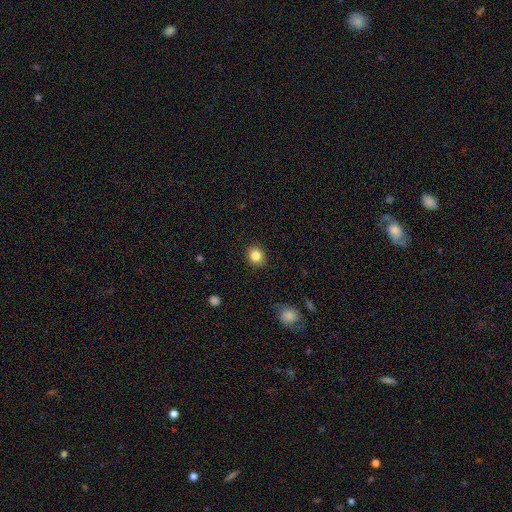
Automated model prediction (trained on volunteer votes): A smooth galaxy with no disk features (85%) that is round (70%). Merging: none (89%).